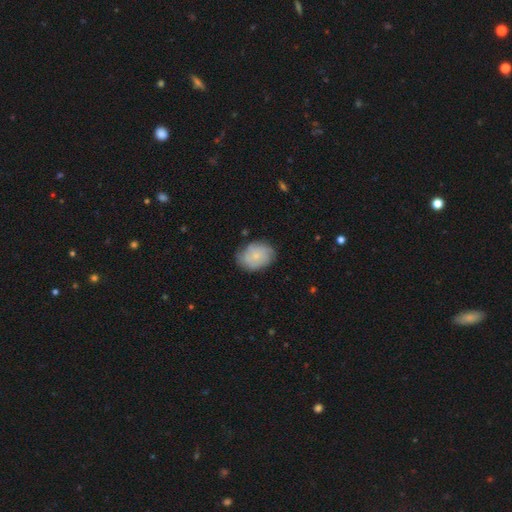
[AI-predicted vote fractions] The model was most divided on "smooth or featured": smooth: 63%, featured or disk: 30%, star or artifact: 8%. More confident: merging — none (72%); how rounded — in between (69%).